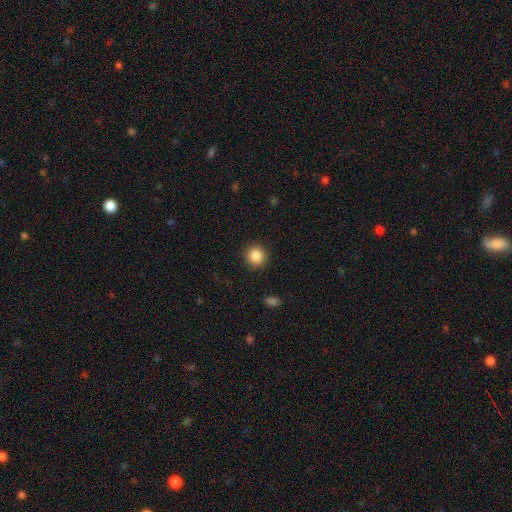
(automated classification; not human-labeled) Smooth or featured: smooth — 86% (star or artifact — 10%)
How rounded: round — 93% (in between — 6%)
Merging: none — 91% (minor disturbance — 5%)